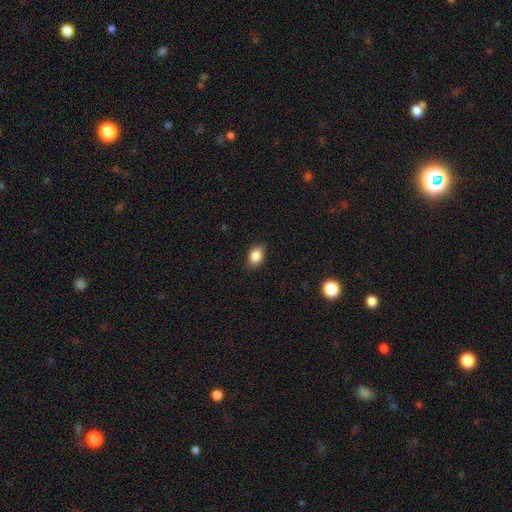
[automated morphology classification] type=smooth (86%); roundness=in between (71%); merging=none (82%).